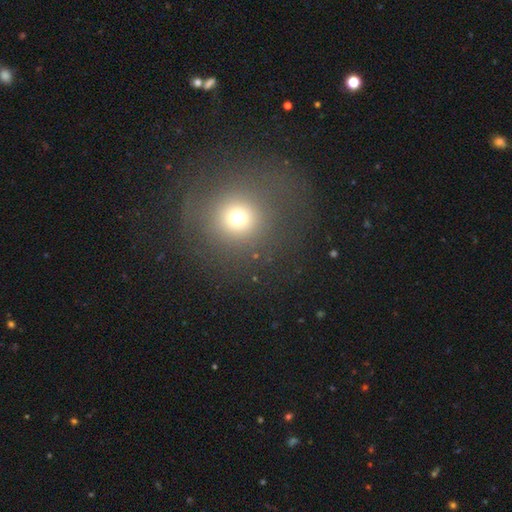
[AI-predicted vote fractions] Smooth or featured? Predicted: smooth (p=0.61). How rounded? Predicted: round (p=0.90). Merging? Predicted: none (p=0.78).